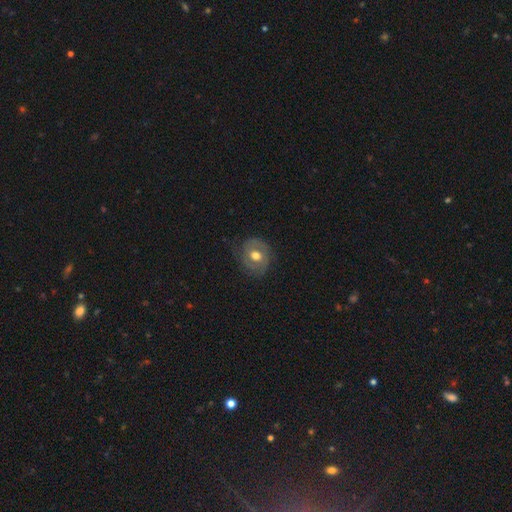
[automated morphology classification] Smooth or featured? Predicted: featured or disk (p=0.55). Edge-on disk? Predicted: no (p=0.96). Bar? Predicted: no (p=0.64). Spiral arms? Predicted: yes (p=0.65). Bulge size? Predicted: moderate (p=0.75). Merging? Predicted: none (p=0.71).